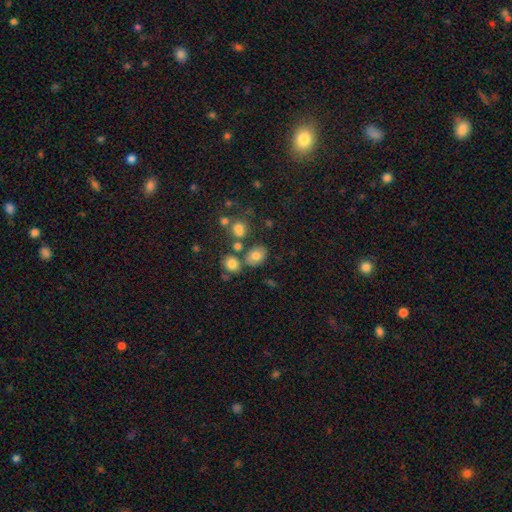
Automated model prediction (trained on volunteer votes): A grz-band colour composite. It shows a smooth galaxy with no disk features (75%) that is in between round and cigar-shaped (58%). Merging: none (67%).